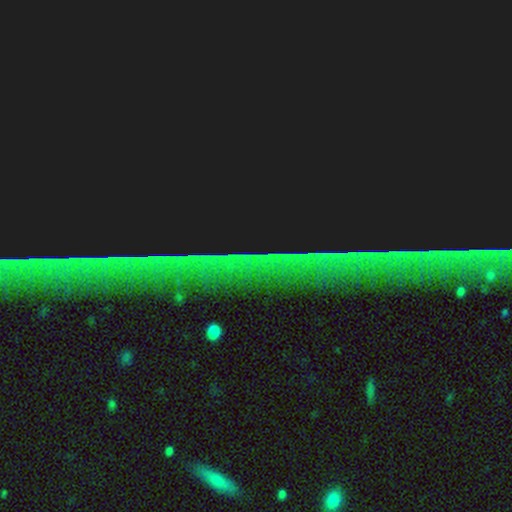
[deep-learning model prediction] Smooth or featured?
  - star or artifact: 82% *
  - featured or disk: 10%
  - smooth: 9%